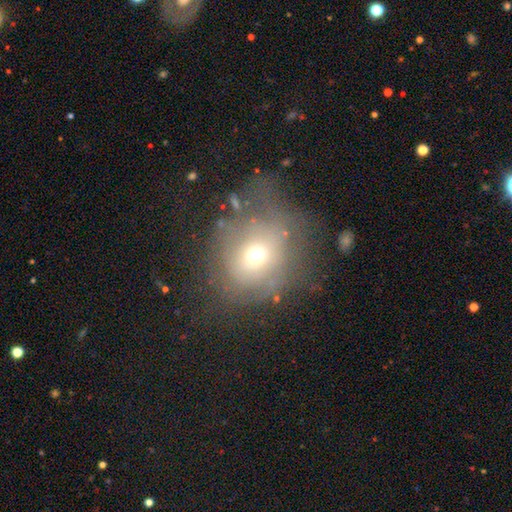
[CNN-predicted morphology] The model was most divided on "merging": none: 43%, major disturbance: 31%, minor disturbance: 23%, merger: 3%. More confident: how rounded — round (78%); smooth or featured — smooth (57%).